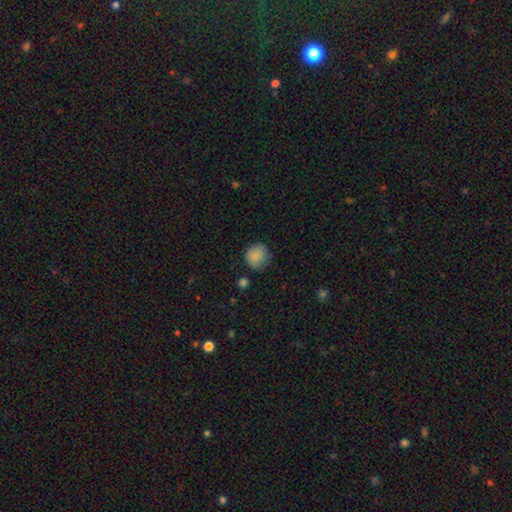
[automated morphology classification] The model was most divided on "merging": none: 73%, minor disturbance: 20%, major disturbance: 4%, merger: 2%. More confident: how rounded — round (88%); smooth or featured — smooth (85%).